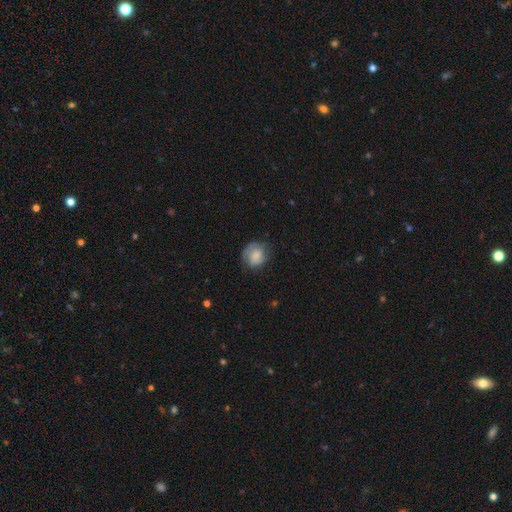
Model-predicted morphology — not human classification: smooth-or-featured: smooth: 71% | featured or disk: 21% | star or artifact: 8%
  how-rounded: round: 71% | in between: 28% | cigar-shaped: 1%
  merging: none: 60% | minor disturbance: 26% | major disturbance: 12% | merger: 1%